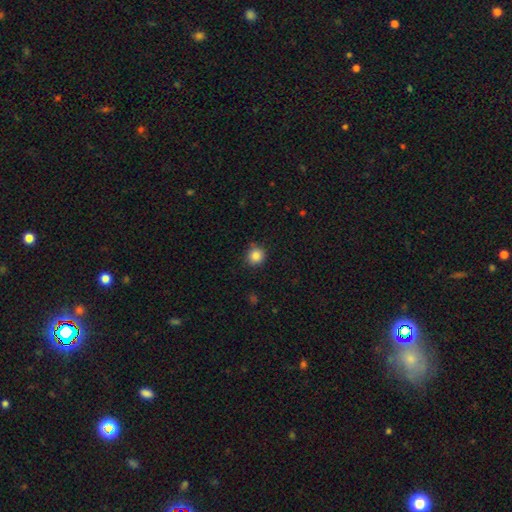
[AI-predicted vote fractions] smooth 86%, star or artifact 10%, featured or disk 4%. Down the decision tree: how rounded — round (90%); merging — none (85%).